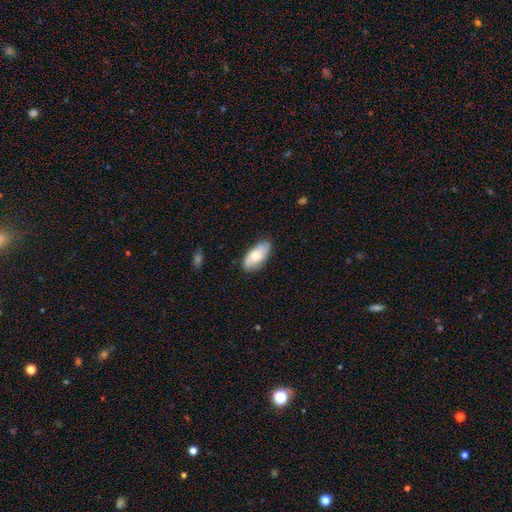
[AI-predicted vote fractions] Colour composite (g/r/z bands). It shows a smooth galaxy with no disk features (47%). Merging: none (79%).